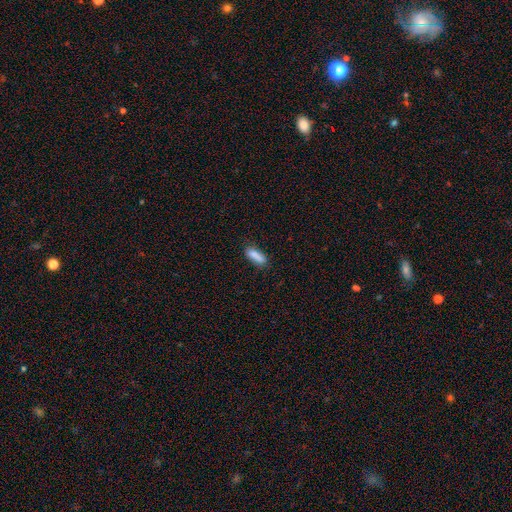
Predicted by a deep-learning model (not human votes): This appears to be a smooth galaxy with no disk features (84%) that is in between round and cigar-shaped (52%). Merging: none (69%).